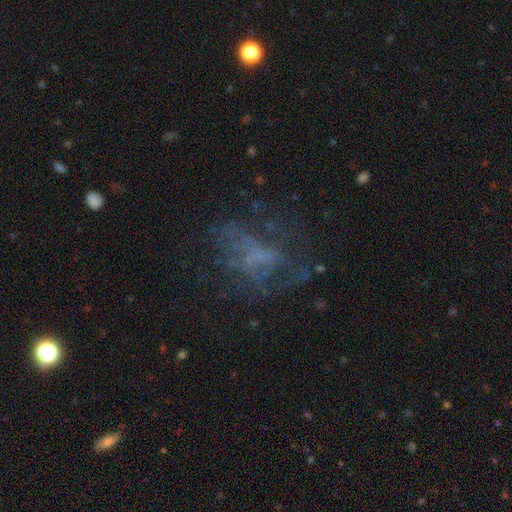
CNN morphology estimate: Smooth or featured? featured or disk (53%)
Edge-on disk? no (97%)
Bar? no (82%)
Spiral arms? no (76%)
Bulge size? none (69%)
Merging? none (46%)